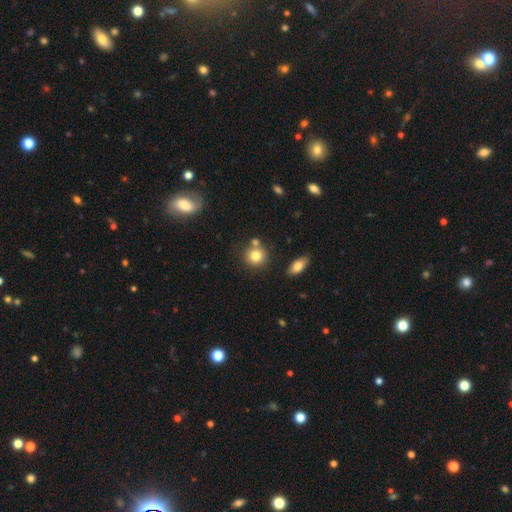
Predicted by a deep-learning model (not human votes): Smooth or featured? smooth (80%)
How rounded? round (86%)
Merging? none (69%)